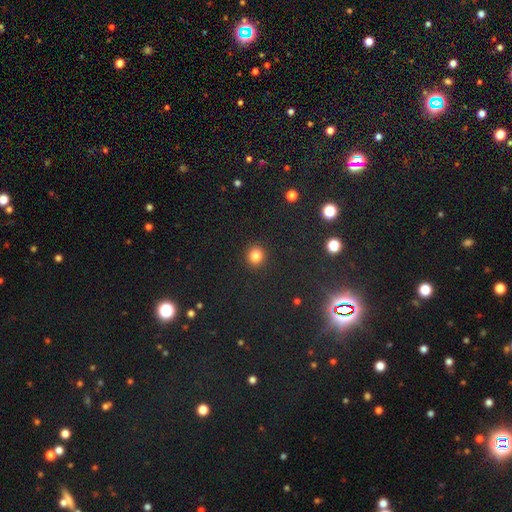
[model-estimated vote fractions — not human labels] Smooth or featured: smooth — 83% (star or artifact — 12%)
How rounded: round — 86% (in between — 13%)
Merging: none — 91% (minor disturbance — 6%)